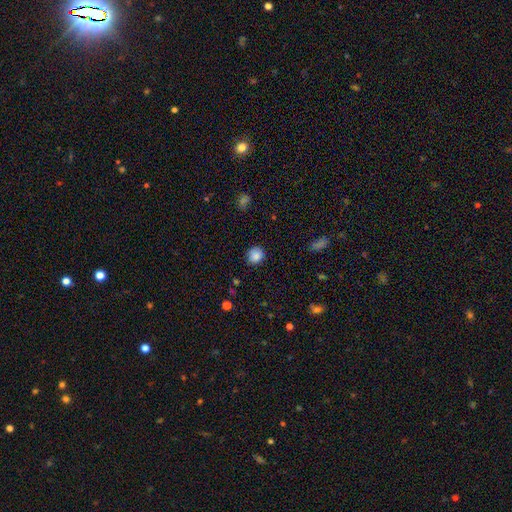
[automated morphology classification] This is clearly a smooth galaxy (86%). How rounded: clearly round (82%). Merging: clearly none (83%).